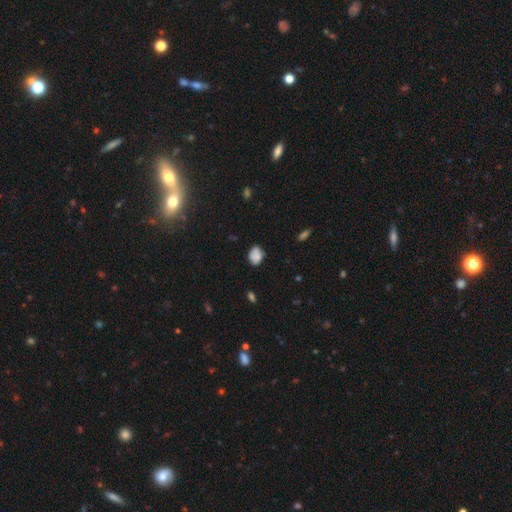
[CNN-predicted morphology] smooth-or-featured: smooth: 74% | featured or disk: 16% | star or artifact: 10%
  how-rounded: in between: 67% | round: 31% | cigar-shaped: 1%
  merging: none: 59% | minor disturbance: 28% | merger: 7% | major disturbance: 6%